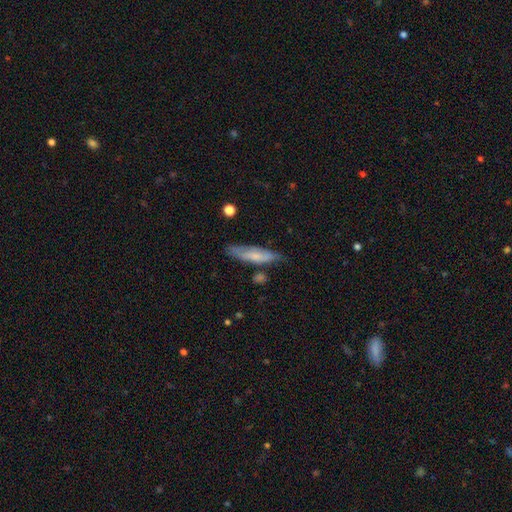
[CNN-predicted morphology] A smooth galaxy with no disk features (59%) that is cigar-shaped (72%). Merging: none (69%).